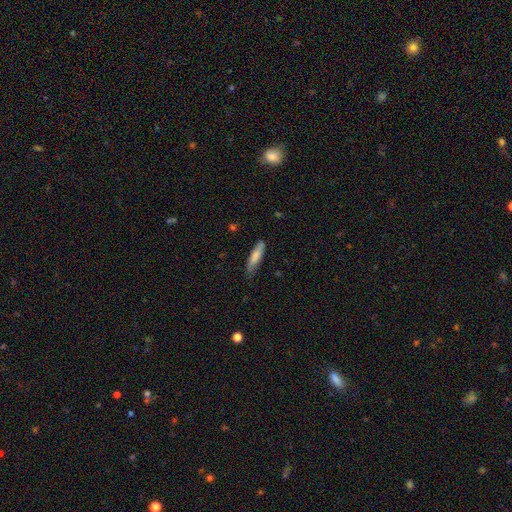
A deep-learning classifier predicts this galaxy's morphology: A smooth galaxy with no disk features (77%) that is cigar-shaped (74%).

Vote fractions:
- Smooth or featured? smooth: 77% / featured or disk: 17% / star or artifact: 6%
- How rounded? cigar-shaped: 74% / in between: 24% / round: 1%
- Merging? none: 70% / minor disturbance: 24% / major disturbance: 4% / merger: 2%